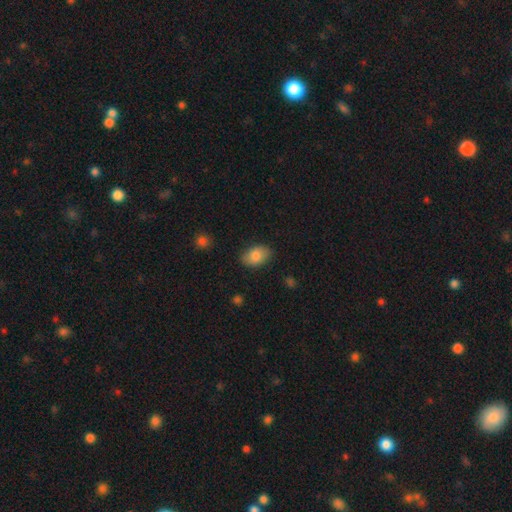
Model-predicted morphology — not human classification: type=smooth (82%); roundness=in between (86%); merging=none (83%).